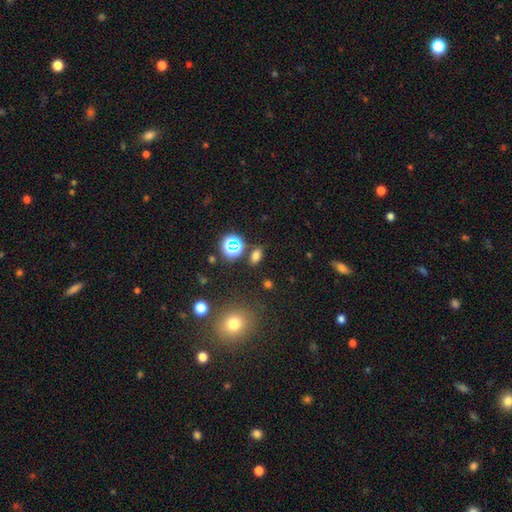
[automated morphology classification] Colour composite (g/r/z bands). It shows a smooth galaxy with no disk features (69%) that is in between round and cigar-shaped (78%). Merging: none (82%).